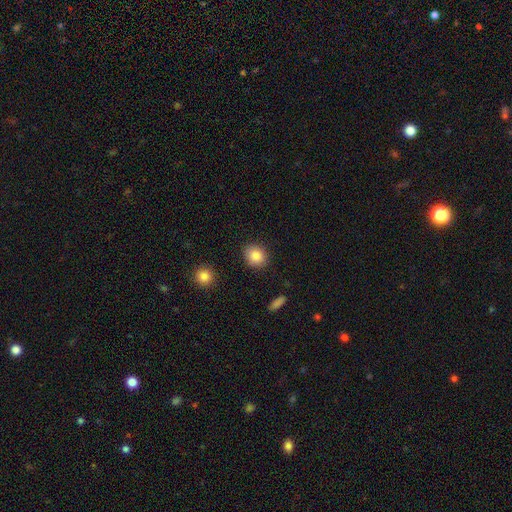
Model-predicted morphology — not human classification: This is clearly a smooth galaxy (85%). How rounded: likely round (65%). Merging: clearly none (87%).